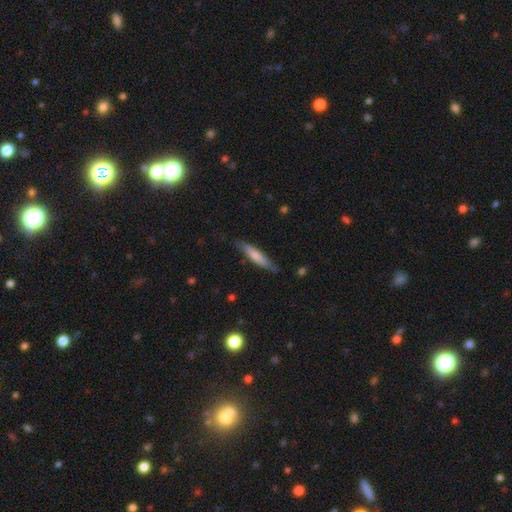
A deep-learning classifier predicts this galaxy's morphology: smooth_or_featured: smooth (p=0.64) [alt: featured or disk p=0.30]
how_rounded: cigar-shaped (p=0.84) [alt: in between p=0.14]
merging: none (p=0.77) [alt: minor disturbance p=0.18]